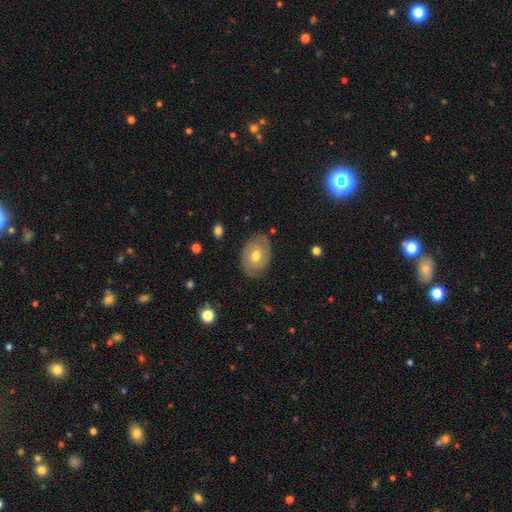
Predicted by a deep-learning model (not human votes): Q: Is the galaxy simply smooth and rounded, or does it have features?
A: featured or disk — 57%.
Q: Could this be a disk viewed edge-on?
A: no — 95%.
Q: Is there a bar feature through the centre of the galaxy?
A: no — 70%.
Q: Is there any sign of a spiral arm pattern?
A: yes — 72%.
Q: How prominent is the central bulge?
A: moderate — 72%.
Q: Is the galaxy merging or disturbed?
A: none — 80%.